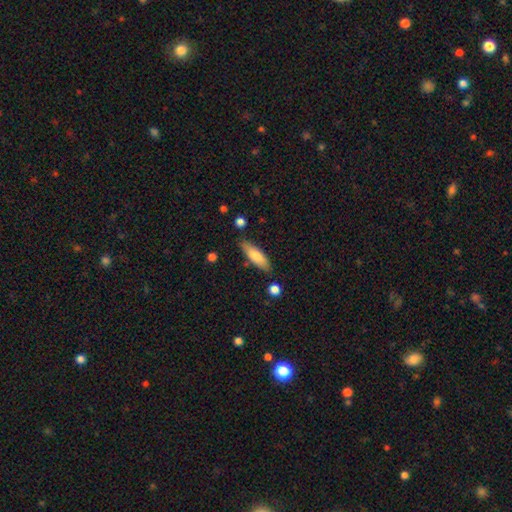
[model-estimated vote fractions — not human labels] smooth 75%, featured or disk 19%, star or artifact 6%. Down the decision tree: how rounded — cigar-shaped (51%); merging — none (82%).